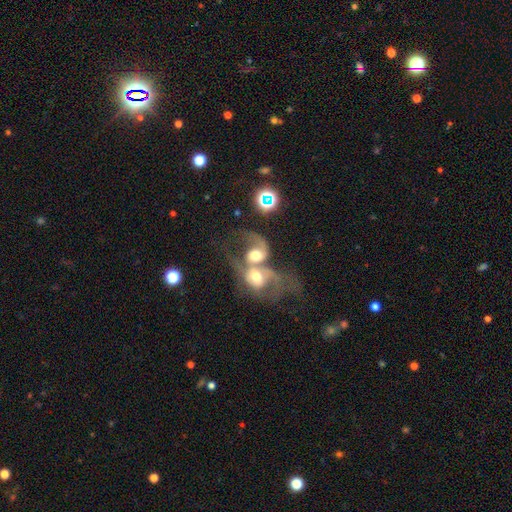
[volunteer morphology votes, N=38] Smooth or featured: featured or disk — 68% (smooth — 26%)
Edge-on disk: no — 100%
Bar: no — 77% (weak — 19%)
Spiral arms: yes — 65% (no — 35%)
Spiral winding: loose — 76% (medium — 24%)
Spiral arm count: 1 — 65% (can't tell — 24%)
Bulge size: moderate — 69% (large — 27%)
Merging: merger — 86% (major disturbance — 11%)